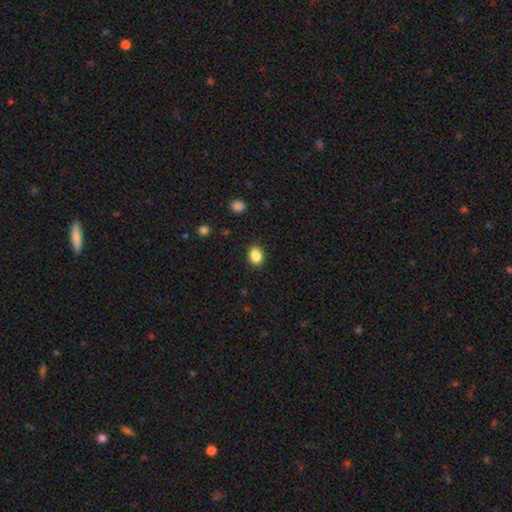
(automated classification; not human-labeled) This appears to be a smooth galaxy with no disk features (87%) that is in between round and cigar-shaped (63%). Merging: none (88%).